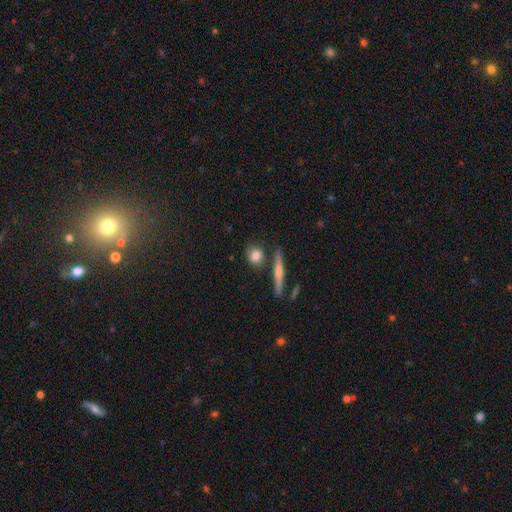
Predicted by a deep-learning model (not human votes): Smooth or featured? smooth (76%)
How rounded? round (59%)
Merging? none (72%)